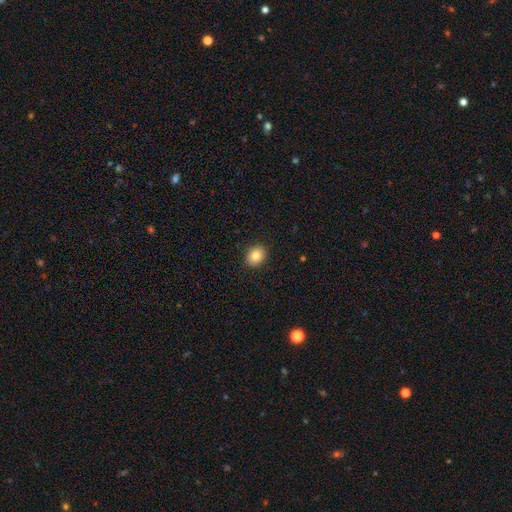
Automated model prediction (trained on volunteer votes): Overall: smooth (84%). How rounded: round (63%; in between 37%). Merging: none (90%).